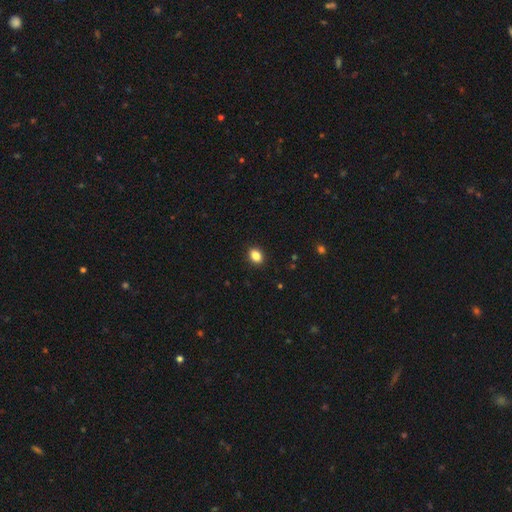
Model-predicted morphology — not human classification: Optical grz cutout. It shows a smooth galaxy with no disk features (86%) that is in between round and cigar-shaped (70%). Merging: none (91%).